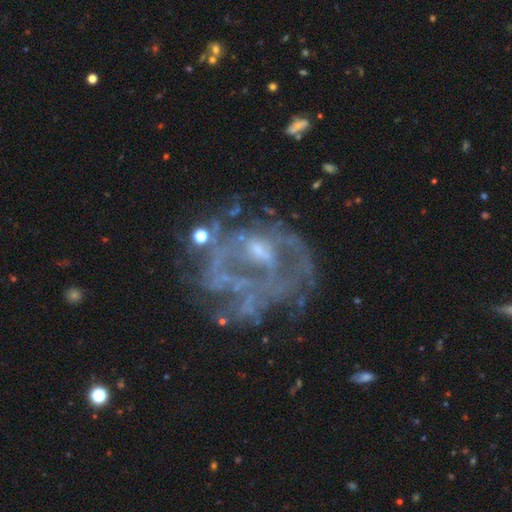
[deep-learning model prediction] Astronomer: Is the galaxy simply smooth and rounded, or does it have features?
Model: featured or disk — 76%.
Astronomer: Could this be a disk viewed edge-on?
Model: no — 98%.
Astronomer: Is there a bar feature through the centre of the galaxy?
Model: no — 65%.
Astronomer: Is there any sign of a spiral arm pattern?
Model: no — 58% (runner-up: yes, 42%).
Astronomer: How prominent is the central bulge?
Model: small — 37% (runner-up: none, 34%).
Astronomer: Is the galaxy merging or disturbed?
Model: none — 46% (runner-up: major disturbance, 29%).